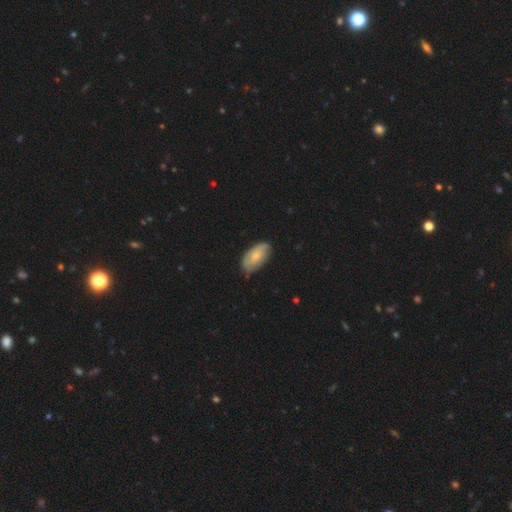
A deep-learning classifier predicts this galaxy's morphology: A smooth galaxy with no disk features (62%) that is in between round and cigar-shaped (94%).

Vote fractions:
- Smooth or featured? smooth: 62% / featured or disk: 33% / star or artifact: 6%
- How rounded? in between: 94% / cigar-shaped: 3% / round: 3%
- Merging? none: 70% / minor disturbance: 24% / major disturbance: 4% / merger: 1%